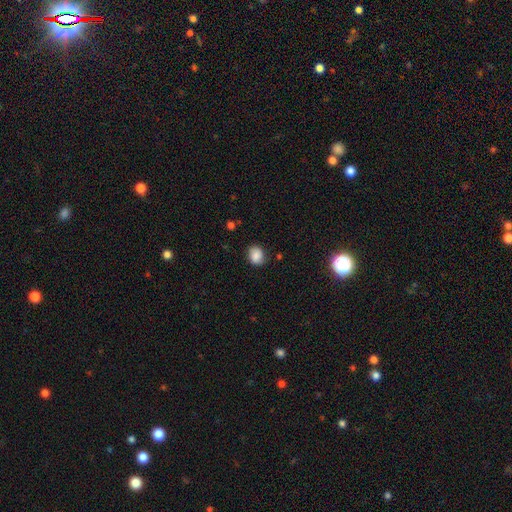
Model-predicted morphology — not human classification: Smooth or featured: smooth — 85% (star or artifact — 9%)
How rounded: round — 61% (in between — 38%)
Merging: none — 81% (minor disturbance — 14%)